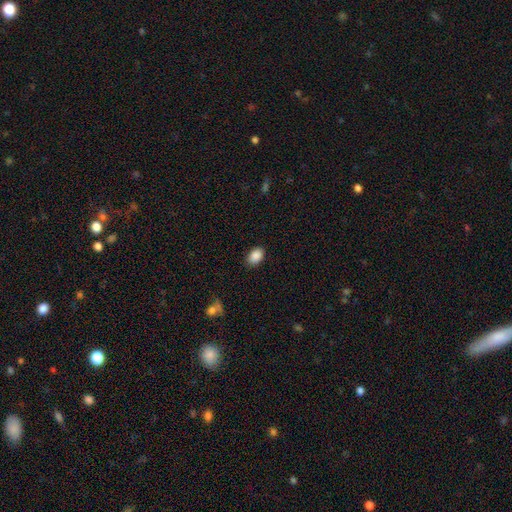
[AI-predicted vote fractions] A smooth galaxy with no disk features (89%) that is in between round and cigar-shaped (85%).

Vote fractions:
- Smooth or featured? smooth: 89% / star or artifact: 8% / featured or disk: 3%
- How rounded? in between: 85% / round: 14% / cigar-shaped: 1%
- Merging? none: 86% / minor disturbance: 10% / major disturbance: 2% / merger: 1%